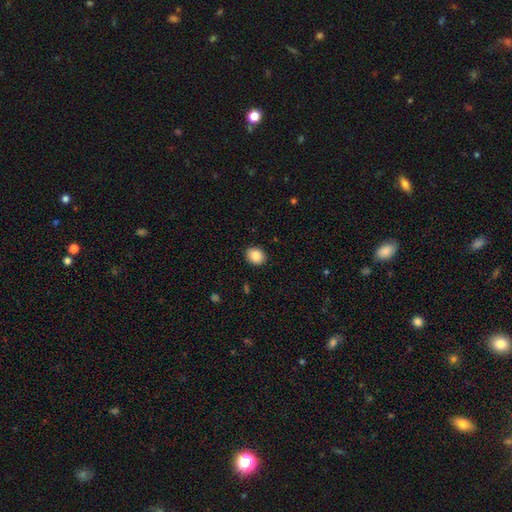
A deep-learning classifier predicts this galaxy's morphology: Smooth or featured: smooth — 87% (star or artifact — 8%)
How rounded: round — 54% (in between — 45%)
Merging: none — 90% (minor disturbance — 8%)